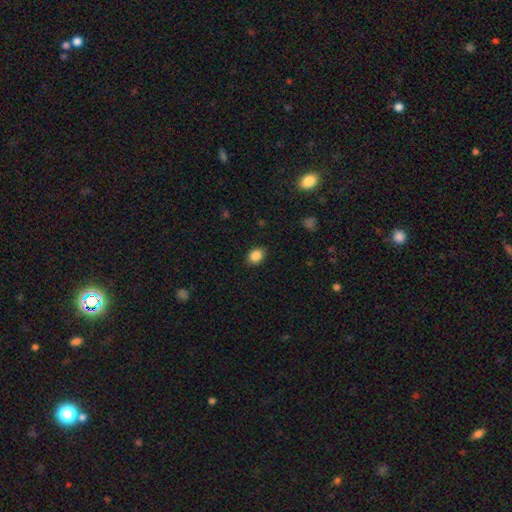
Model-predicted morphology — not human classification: smooth 87%, star or artifact 10%, featured or disk 4%. Down the decision tree: how rounded — in between (50%); merging — none (88%).